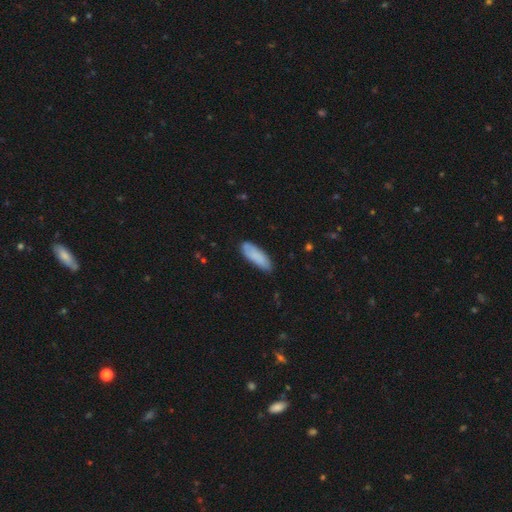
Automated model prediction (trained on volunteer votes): smooth-or-featured: smooth: 85% | featured or disk: 9% | star or artifact: 6%
  how-rounded: in between: 59% | cigar-shaped: 39% | round: 1%
  merging: none: 77% | minor disturbance: 19% | major disturbance: 3% | merger: 2%